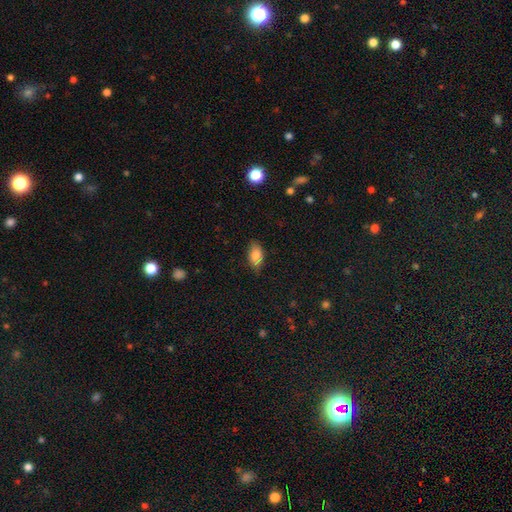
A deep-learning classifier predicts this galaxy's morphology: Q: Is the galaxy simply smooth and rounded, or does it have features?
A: smooth — 83%.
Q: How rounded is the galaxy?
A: in between — 91%.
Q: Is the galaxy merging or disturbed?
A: none — 77%.